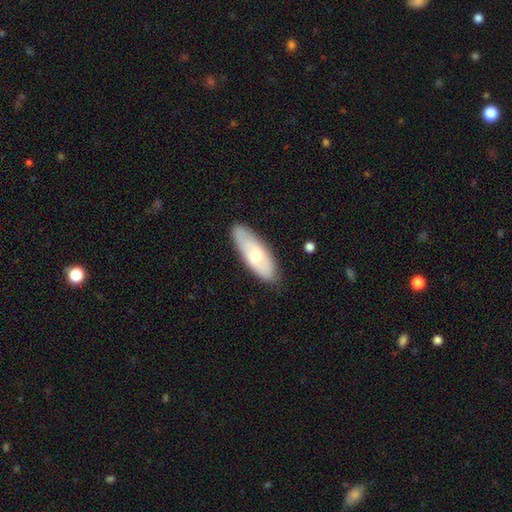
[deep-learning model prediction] A smooth galaxy with no disk features (60%) that is in between round and cigar-shaped (68%).

Vote fractions:
- Smooth or featured? smooth: 60% / featured or disk: 34% / star or artifact: 6%
- How rounded? in between: 68% / cigar-shaped: 30% / round: 2%
- Merging? none: 82% / minor disturbance: 14% / major disturbance: 3% / merger: 1%